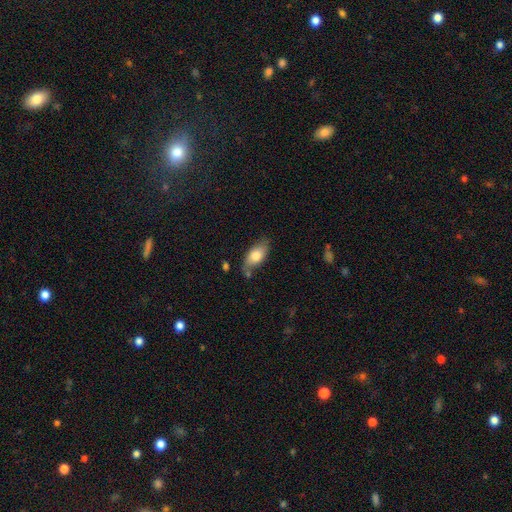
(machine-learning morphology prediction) Smooth or featured?
  - smooth: 74% *
  - featured or disk: 19%
  - star or artifact: 7%
How rounded?
  - in between: 89% *
  - cigar-shaped: 7%
  - round: 4%
Merging?
  - none: 65% *
  - minor disturbance: 23%
  - merger: 7%
  - major disturbance: 5%